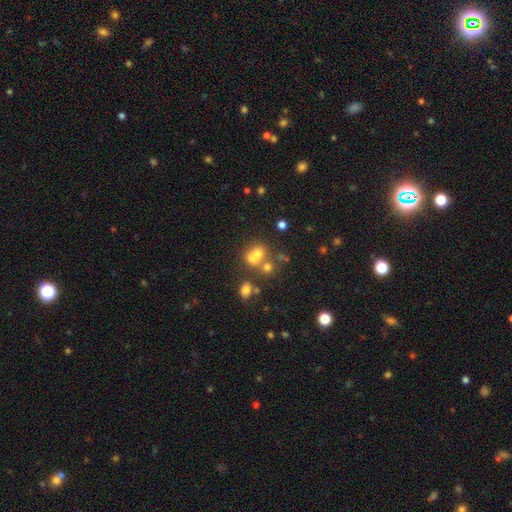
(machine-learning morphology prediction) smooth 61%, featured or disk 21%, star or artifact 18%. Down the decision tree: how rounded — round (69%); merging — merger (53%).